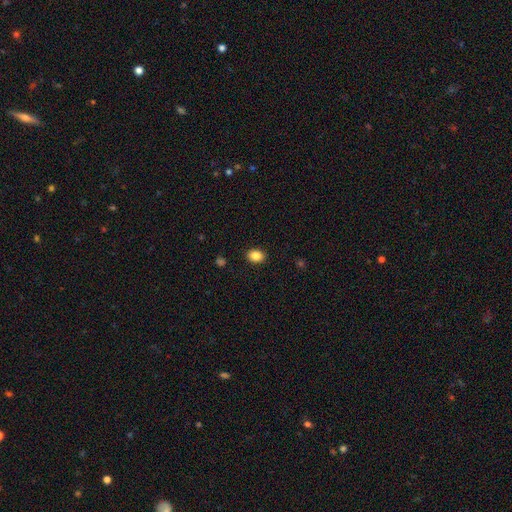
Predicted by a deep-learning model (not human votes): Smooth or featured: smooth — 85% (star or artifact — 9%)
How rounded: in between — 64% (round — 35%)
Merging: none — 90% (minor disturbance — 7%)